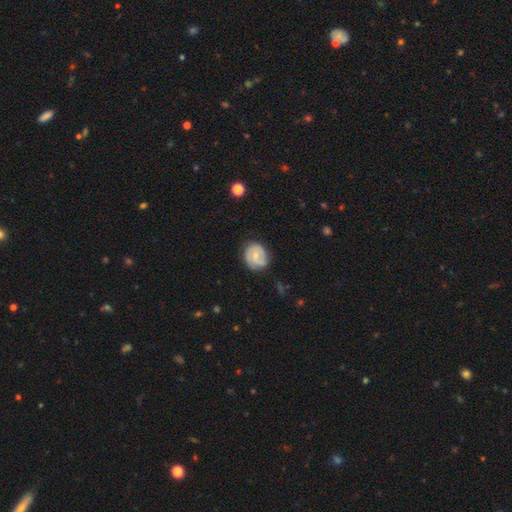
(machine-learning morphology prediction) Smooth or featured? Predicted: featured or disk (p=0.56). Edge-on disk? Predicted: no (p=0.97). Bar? Predicted: no (p=0.56). Spiral arms? Predicted: yes (p=0.76). Bulge size? Predicted: small (p=0.49). Merging? Predicted: none (p=0.74).